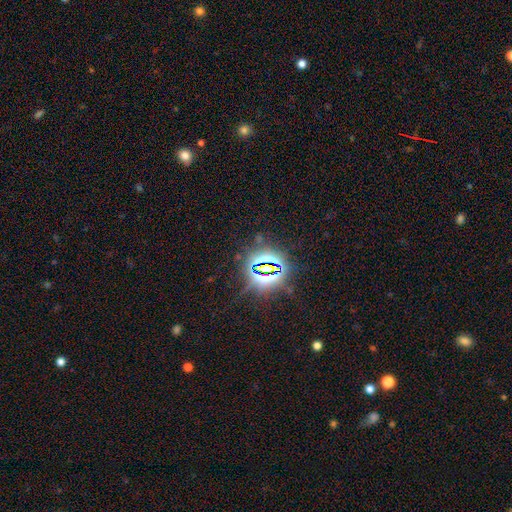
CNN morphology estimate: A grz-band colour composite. It shows a star or artifact, not a galaxy (81%).